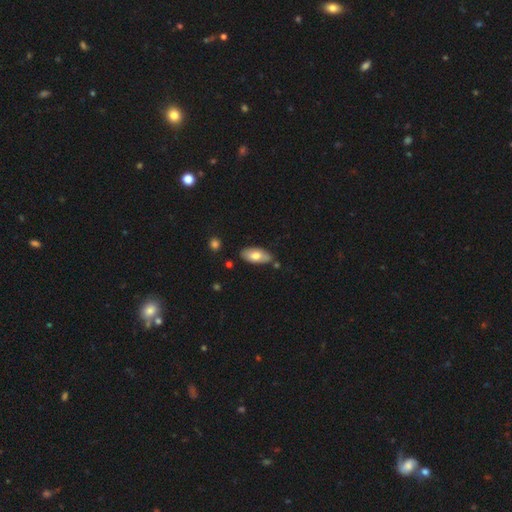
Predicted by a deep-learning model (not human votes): Morphology: type=smooth (72%); roundness=in between (90%); merging=none (80%).